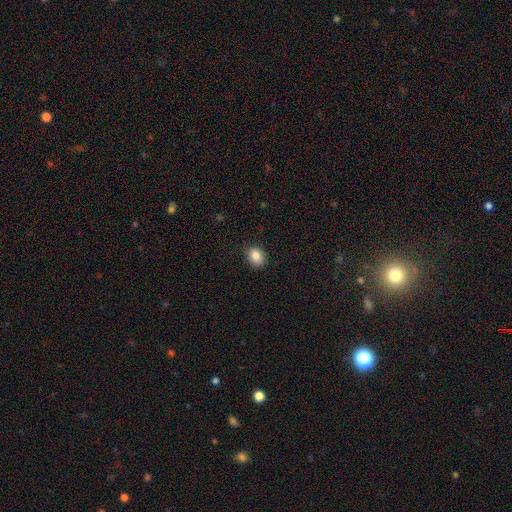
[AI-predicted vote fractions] Smooth or featured? smooth (85%)
How rounded? in between (59%)
Merging? none (87%)